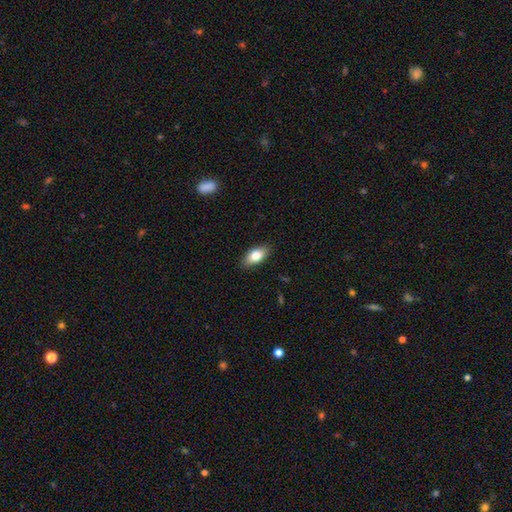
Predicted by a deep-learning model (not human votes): smooth 80%, featured or disk 13%, star or artifact 7%. Down the decision tree: how rounded — in between (89%); merging — none (87%).